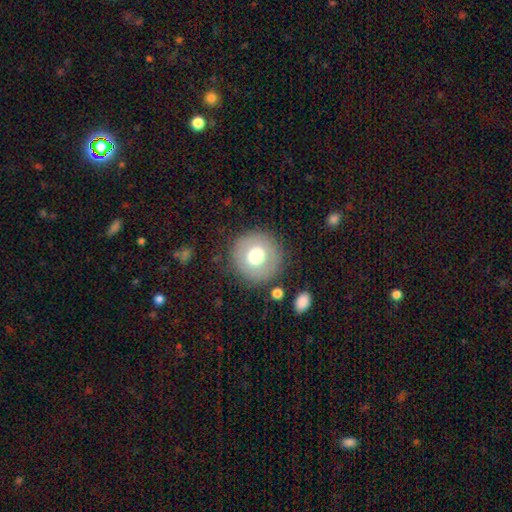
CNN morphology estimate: The model was most divided on "smooth or featured": smooth: 67%, featured or disk: 23%, star or artifact: 10%. More confident: how rounded — round (95%); merging — none (84%).